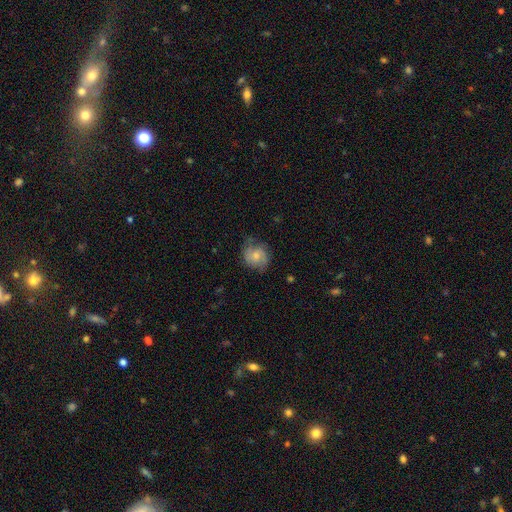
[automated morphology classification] A featured or disk galaxy (52%) with no bar (66%), spiral arms (88%) and a moderate central bulge (47%).

Vote fractions:
- Smooth or featured? featured or disk: 52% / smooth: 40% / star or artifact: 8%
- Edge-on disk? no: 97% / yes: 3%
- Bar? no: 66% / weak: 30% / strong: 5%
- Spiral arms? yes: 88% / no: 12%
- Bulge size? moderate: 47% / small: 40% / none: 6% / large: 5% / dominant: 1%
- Merging? none: 66% / minor disturbance: 24% / major disturbance: 9% / merger: 1%